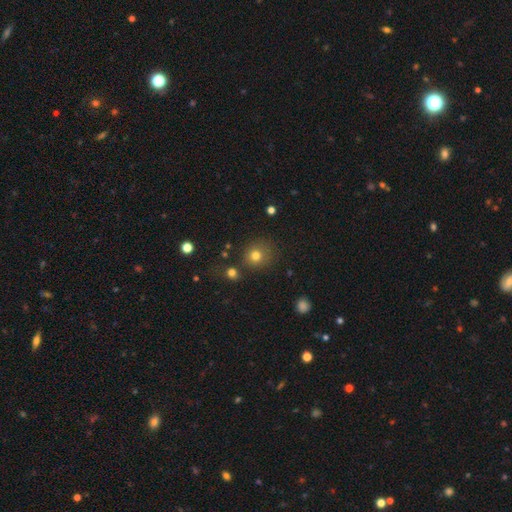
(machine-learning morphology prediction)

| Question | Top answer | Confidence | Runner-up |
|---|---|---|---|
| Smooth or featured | smooth | 77% | star or artifact (16%) |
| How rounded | round | 88% | in between (11%) |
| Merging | none | 76% | minor disturbance (11%) |